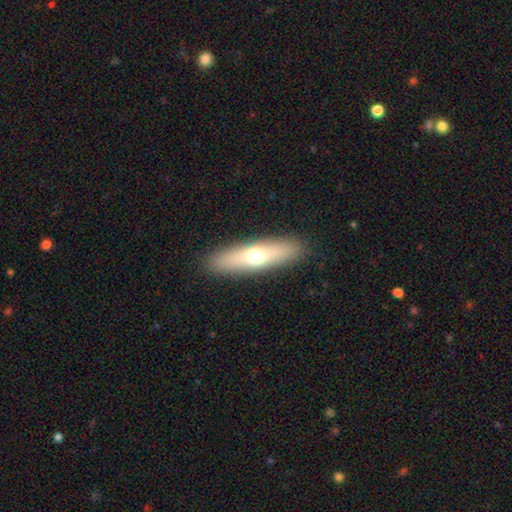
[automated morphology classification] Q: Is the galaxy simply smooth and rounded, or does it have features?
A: smooth — 60%.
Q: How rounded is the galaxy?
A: cigar-shaped — 66%.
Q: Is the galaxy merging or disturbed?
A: none — 90%.